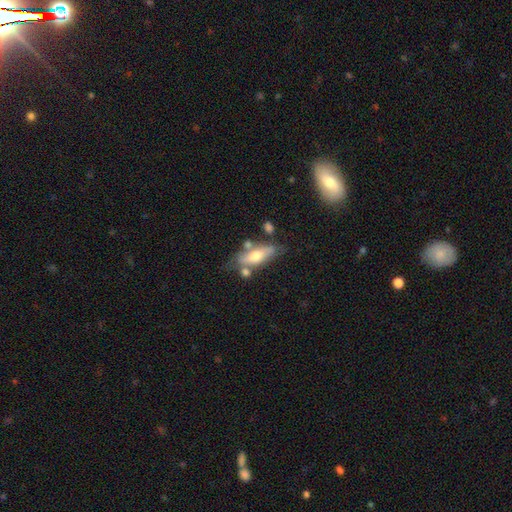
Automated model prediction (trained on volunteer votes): Smooth or featured? Predicted: smooth (p=0.55). How rounded? Predicted: in between (p=0.68). Merging? Predicted: none (p=0.53).